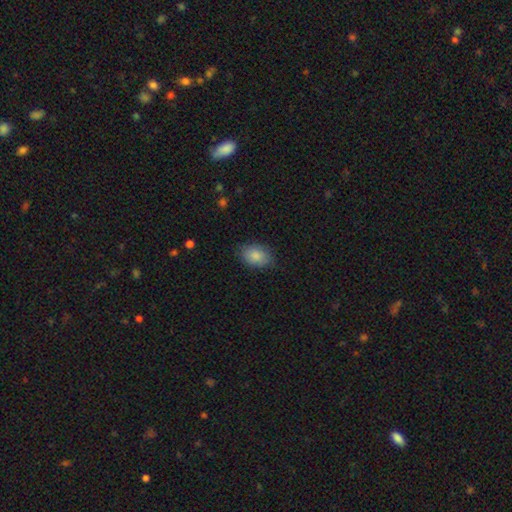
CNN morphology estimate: smooth_or_featured: smooth (p=0.86) [alt: star or artifact p=0.07]
how_rounded: in between (p=0.83) [alt: round p=0.16]
merging: none (p=0.81) [alt: minor disturbance p=0.14]